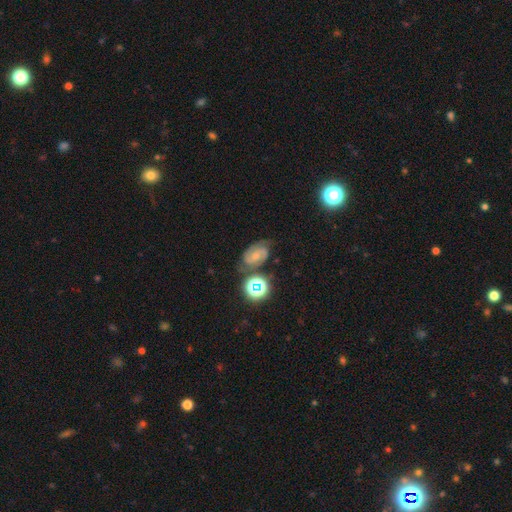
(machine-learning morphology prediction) type=featured or disk (69%); edge-on=no (97%); bar=no (44%); spiral arms=yes (95%); winding=medium (47%); arm count=2 (84%); bulge=small (50%); merging=none (66%).